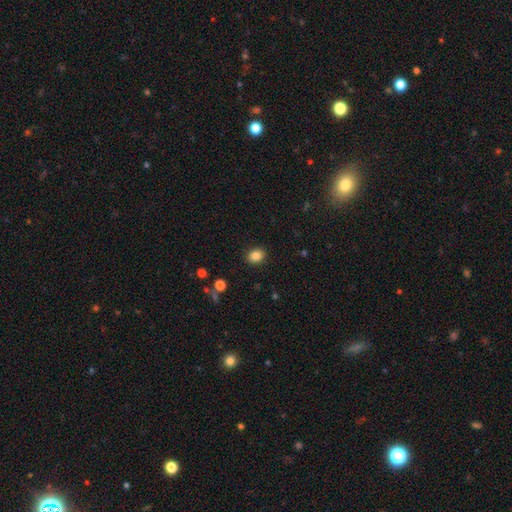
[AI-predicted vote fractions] The model was most divided on "how rounded": round: 51%, in between: 48%, cigar-shaped: 1%. More confident: merging — none (89%); smooth or featured — smooth (86%).